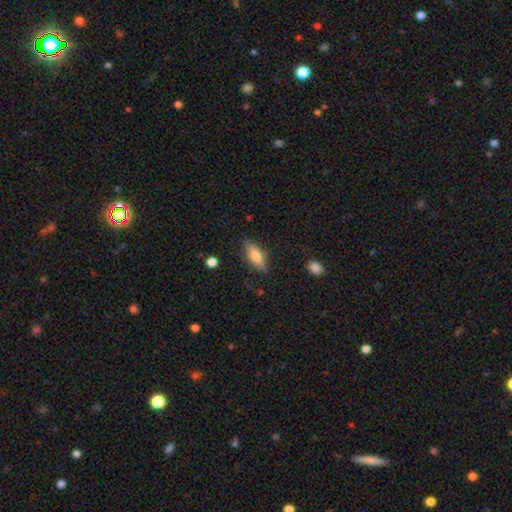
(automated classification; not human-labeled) Smooth or featured?
  - smooth: 64% *
  - featured or disk: 28%
  - star or artifact: 7%
How rounded?
  - in between: 59% *
  - cigar-shaped: 38%
  - round: 3%
Merging?
  - none: 81% *
  - minor disturbance: 14%
  - major disturbance: 3%
  - merger: 2%